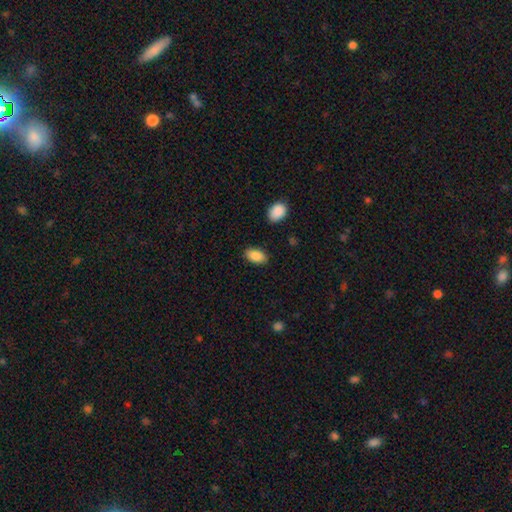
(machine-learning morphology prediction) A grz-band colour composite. It shows a smooth galaxy with no disk features (88%) that is in between round and cigar-shaped (93%). Merging: none (86%).